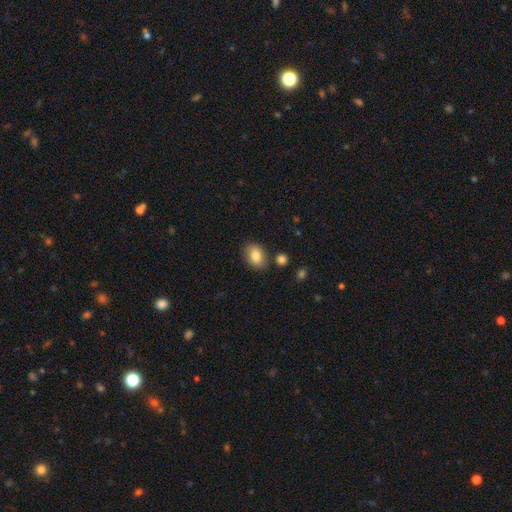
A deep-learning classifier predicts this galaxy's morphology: smooth_or_featured: smooth (p=0.84) [alt: featured or disk p=0.08]
how_rounded: in between (p=0.76) [alt: round p=0.23]
merging: none (p=0.77) [alt: minor disturbance p=0.15]